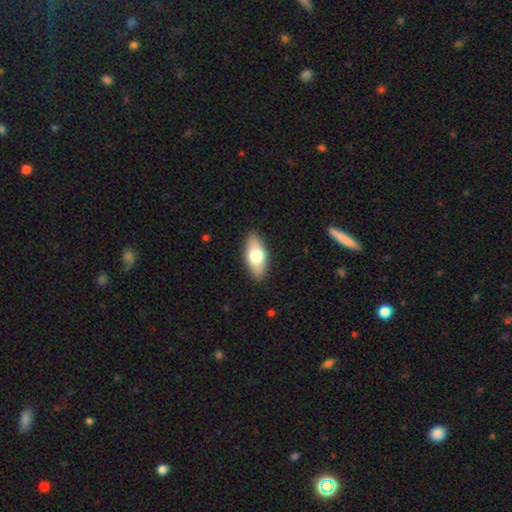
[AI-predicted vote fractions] This is likely a smooth galaxy (70%). How rounded: clearly in between (84%). Merging: clearly none (88%).